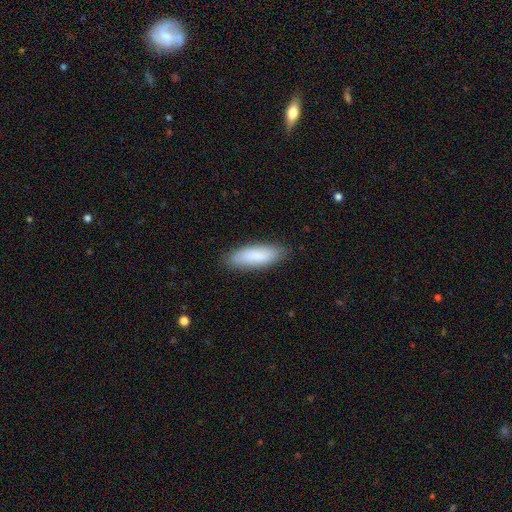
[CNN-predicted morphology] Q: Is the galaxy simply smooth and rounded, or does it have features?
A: smooth — 86%.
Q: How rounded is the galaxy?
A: in between — 61%.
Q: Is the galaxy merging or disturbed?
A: none — 85%.